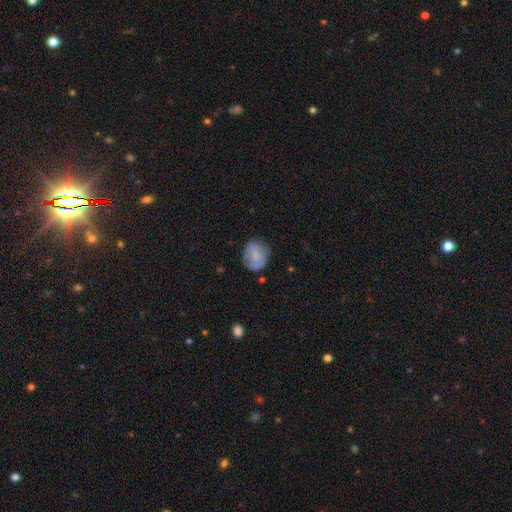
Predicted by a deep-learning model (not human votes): Overall: smooth (68%). How rounded: round (54%; in between 45%). Merging: none (65%).